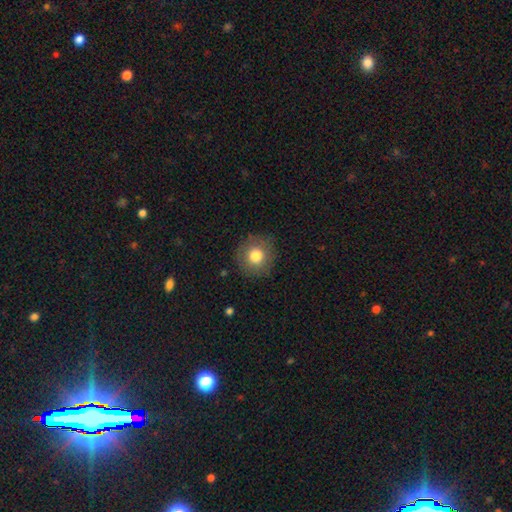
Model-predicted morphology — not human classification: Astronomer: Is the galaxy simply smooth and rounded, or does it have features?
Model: smooth — 79%.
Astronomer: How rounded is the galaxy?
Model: round — 93%.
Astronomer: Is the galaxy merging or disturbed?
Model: none — 87%.